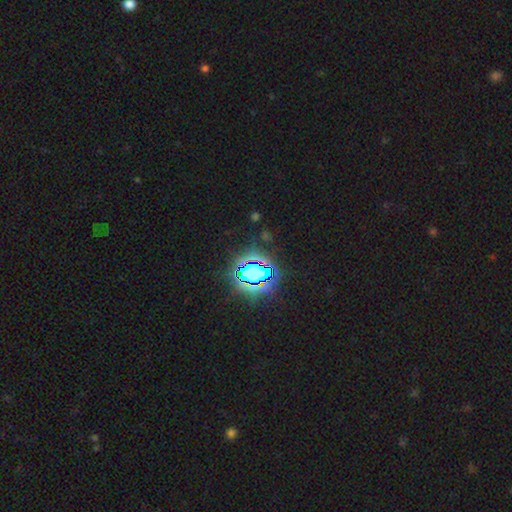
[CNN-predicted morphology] smooth_or_featured: star or artifact (p=0.81) [alt: smooth p=0.13]